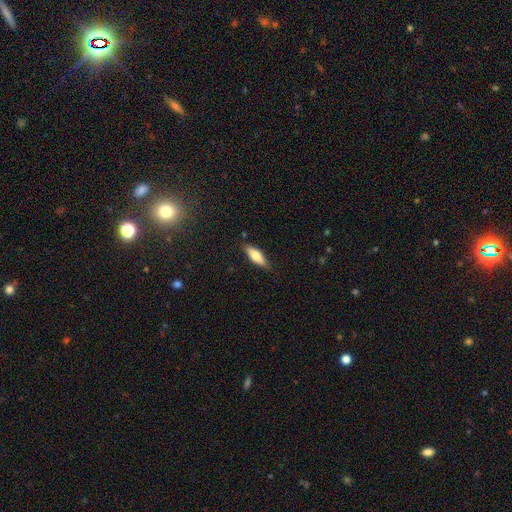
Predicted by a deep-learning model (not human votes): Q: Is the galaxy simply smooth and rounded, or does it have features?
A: smooth — 66%.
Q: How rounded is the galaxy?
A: in between — 53%.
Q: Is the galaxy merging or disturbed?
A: none — 84%.